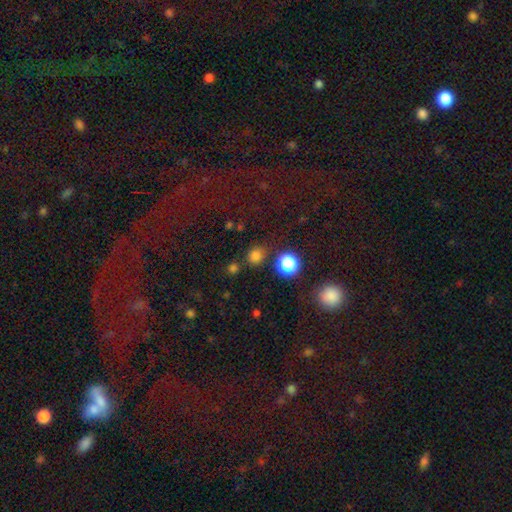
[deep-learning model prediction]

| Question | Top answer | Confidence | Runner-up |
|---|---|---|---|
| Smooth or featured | smooth | 74% | star or artifact (21%) |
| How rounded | round | 81% | in between (18%) |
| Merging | none | 80% | minor disturbance (11%) |